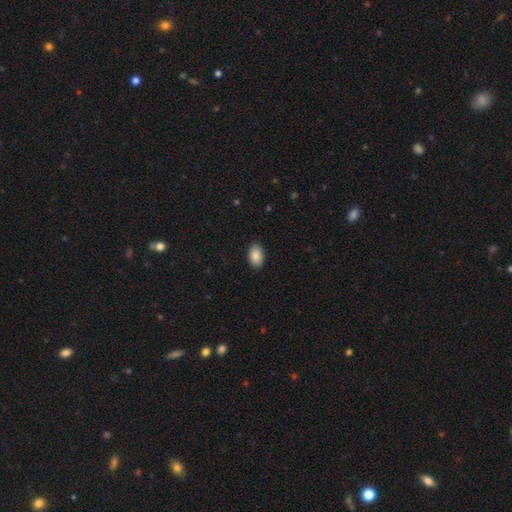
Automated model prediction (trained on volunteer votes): Smooth or featured? smooth (88%)
How rounded? in between (93%)
Merging? none (89%)